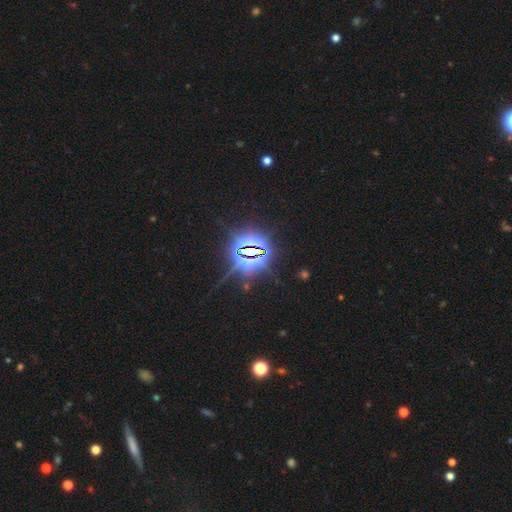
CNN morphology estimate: Smooth or featured: star or artifact — 84% (smooth — 9%)